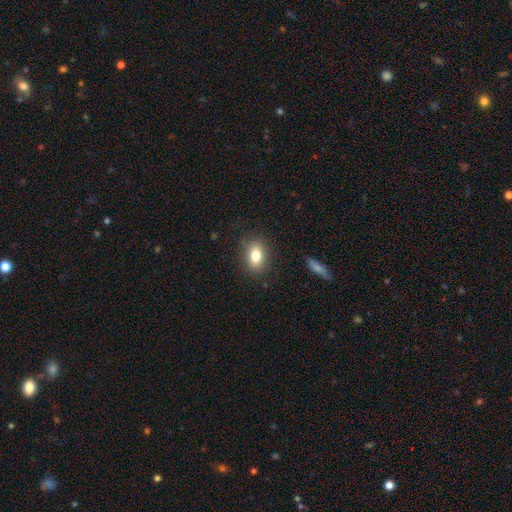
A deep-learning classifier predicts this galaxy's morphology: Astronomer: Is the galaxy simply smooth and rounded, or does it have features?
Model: smooth — 80%.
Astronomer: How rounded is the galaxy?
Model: in between — 77%.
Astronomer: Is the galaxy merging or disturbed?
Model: none — 86%.